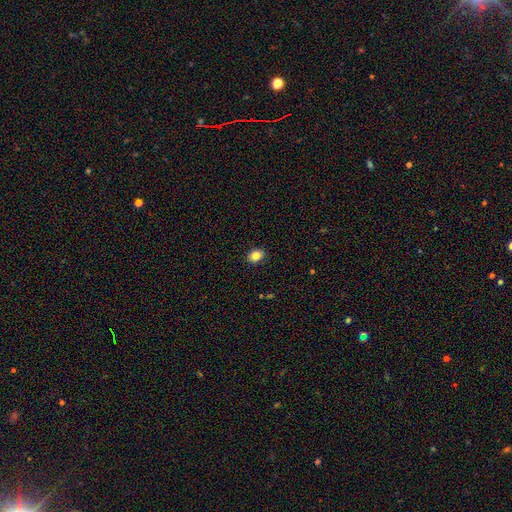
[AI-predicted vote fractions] smooth-or-featured: smooth: 84% | star or artifact: 10% | featured or disk: 5%
  how-rounded: round: 50% | in between: 49% | cigar-shaped: 1%
  merging: none: 90% | minor disturbance: 7% | major disturbance: 2% | merger: 1%